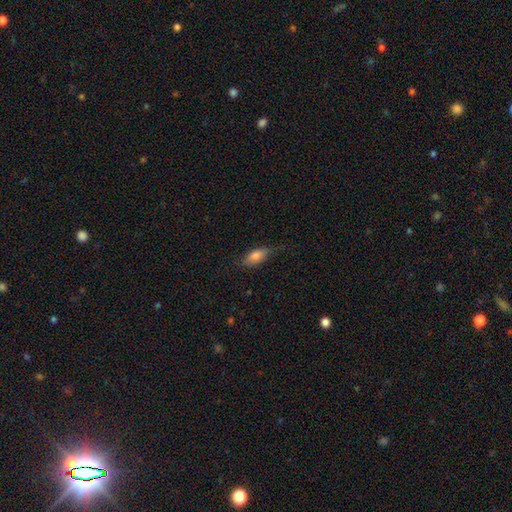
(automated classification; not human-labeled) Smooth or featured? smooth (79%)
How rounded? in between (84%)
Merging? none (67%)